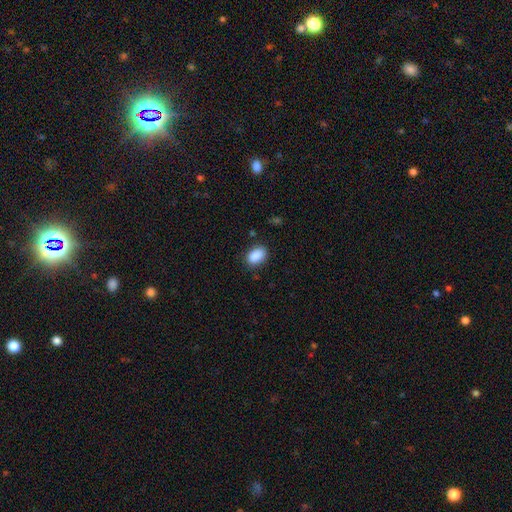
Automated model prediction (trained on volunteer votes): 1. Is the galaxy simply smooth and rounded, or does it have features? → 89% smooth, 8% star or artifact, 3% featured or disk.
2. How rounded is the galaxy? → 88% in between, 11% round, 2% cigar-shaped.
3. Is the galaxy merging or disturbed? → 82% none, 13% minor disturbance, 3% major disturbance, 1% merger.